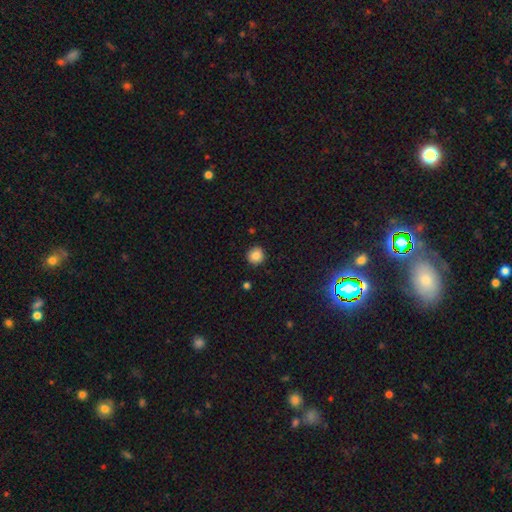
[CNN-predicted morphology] This is clearly a smooth galaxy (85%). How rounded: clearly round (92%). Merging: clearly none (90%).